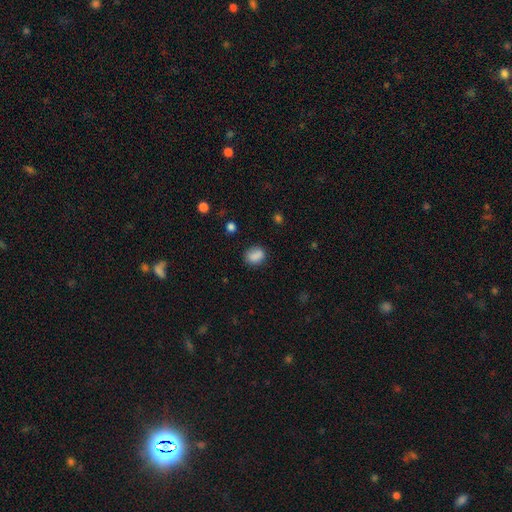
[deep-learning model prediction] smooth_or_featured: smooth (p=0.85) [alt: star or artifact p=0.09]
how_rounded: in between (p=0.54) [alt: round p=0.44]
merging: none (p=0.75) [alt: minor disturbance p=0.16]